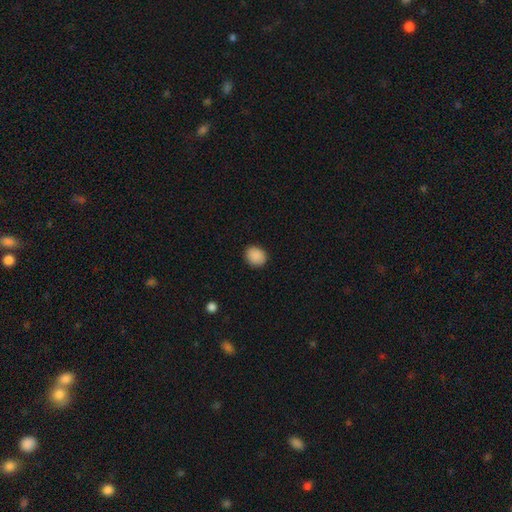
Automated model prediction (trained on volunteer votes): Morphology: type=smooth (89%); roundness=round (61%); merging=none (88%).